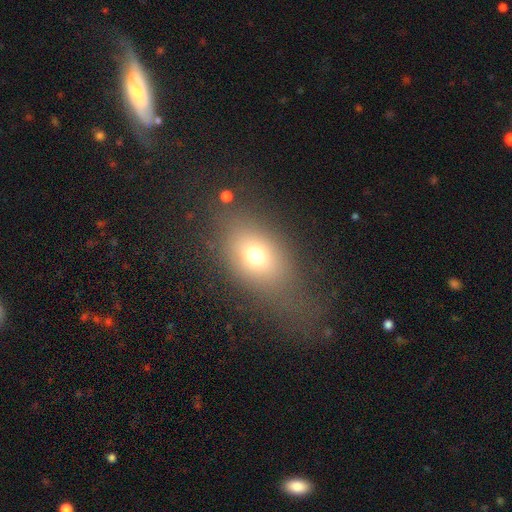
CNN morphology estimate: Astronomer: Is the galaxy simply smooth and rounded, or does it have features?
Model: smooth — 70%.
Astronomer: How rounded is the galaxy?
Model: in between — 68%.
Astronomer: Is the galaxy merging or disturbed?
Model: none — 59%.